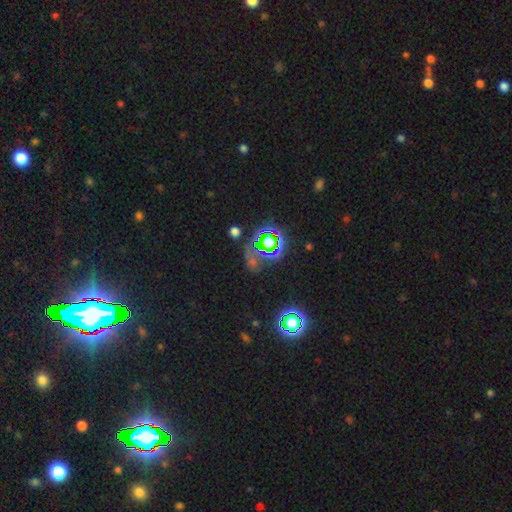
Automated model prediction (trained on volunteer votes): Q: Smooth or featured?
A: star or artifact (71%); runner-up: smooth (20%)